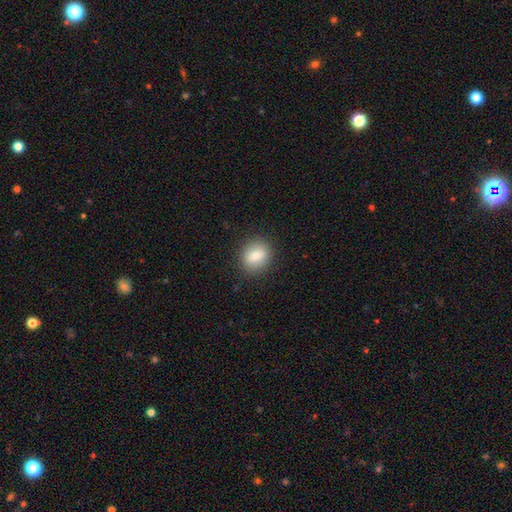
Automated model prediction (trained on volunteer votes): This is clearly a smooth galaxy (82%). How rounded: likely round (67%). Merging: clearly none (87%).